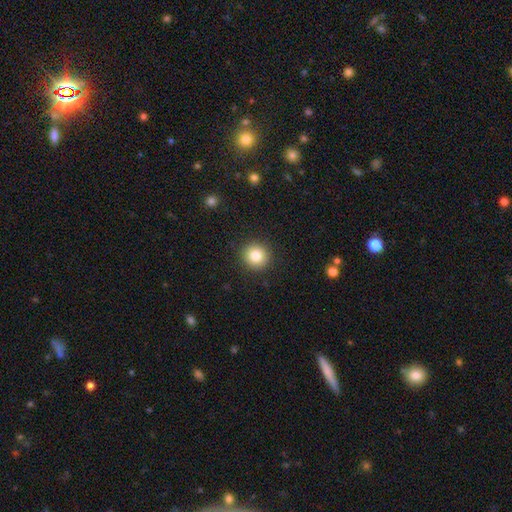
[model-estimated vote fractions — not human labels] Smooth or featured: smooth — 83% (star or artifact — 10%)
How rounded: round — 93% (in between — 6%)
Merging: none — 91% (minor disturbance — 6%)